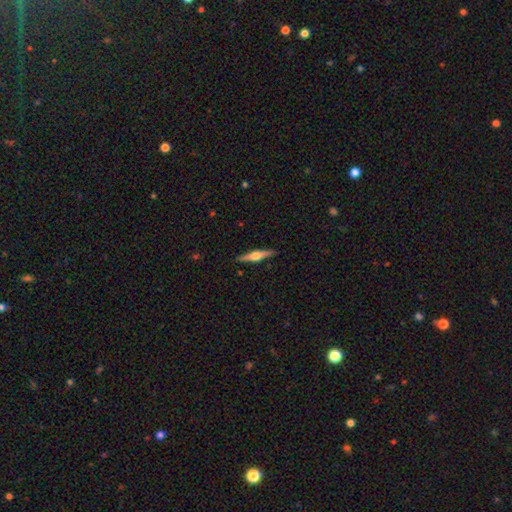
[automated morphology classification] A featured or disk galaxy (71%) viewed edge-on (98%) with a rounded central bulge (91%). Merging: none (91%).